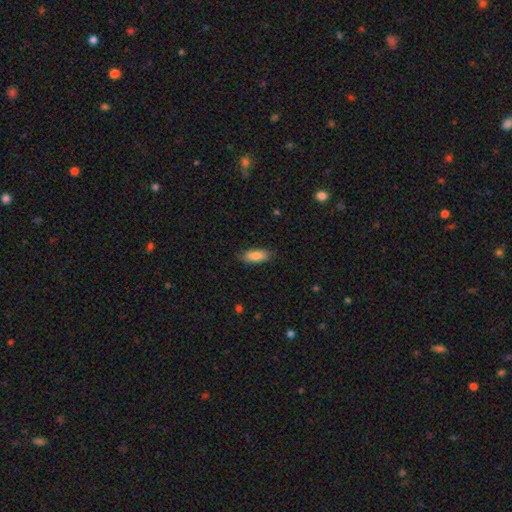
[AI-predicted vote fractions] Overall: smooth (86%). How rounded: in between (77%). Merging: none (84%).